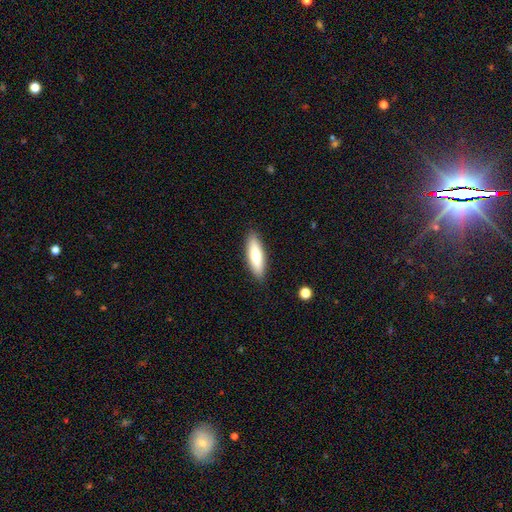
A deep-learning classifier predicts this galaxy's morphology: Overall: smooth (68%). How rounded: cigar-shaped (52%; in between 46%). Merging: none (89%).